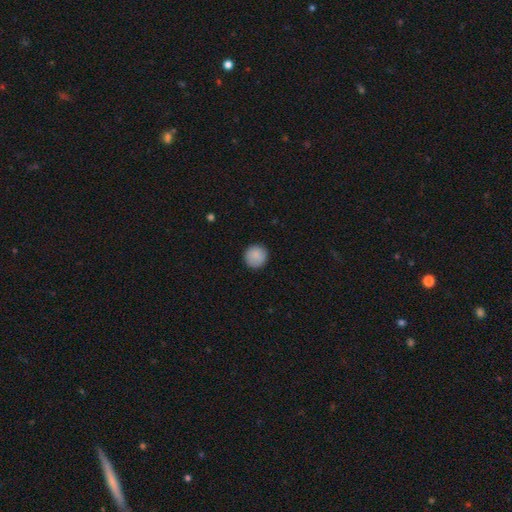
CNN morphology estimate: This appears to be a smooth galaxy with no disk features (89%) that is round (94%). Merging: none (91%).